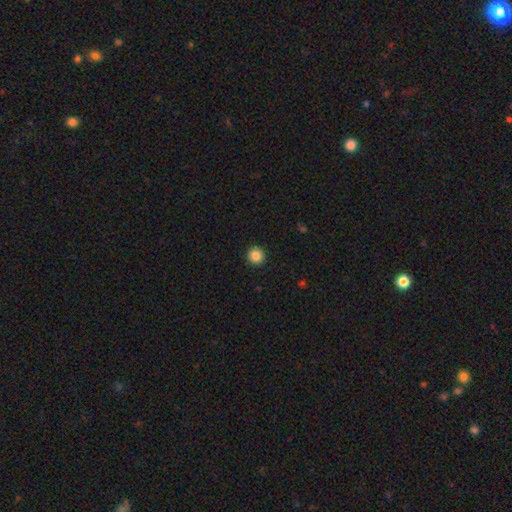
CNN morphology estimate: Overall: smooth (86%). How rounded: round (95%). Merging: none (93%).